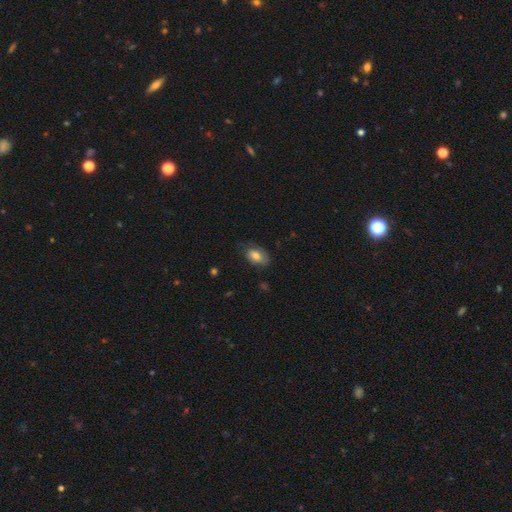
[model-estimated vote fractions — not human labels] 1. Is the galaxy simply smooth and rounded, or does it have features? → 74% smooth, 18% featured or disk, 8% star or artifact.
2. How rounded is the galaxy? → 89% in between, 9% round, 2% cigar-shaped.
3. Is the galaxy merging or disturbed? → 64% none, 26% minor disturbance, 8% major disturbance, 1% merger.